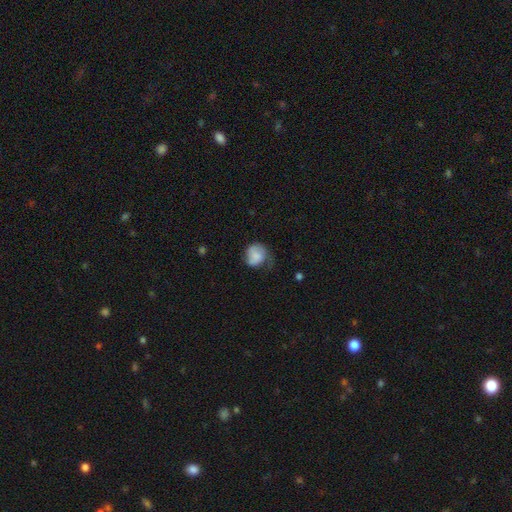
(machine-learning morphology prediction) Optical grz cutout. It shows a smooth galaxy with no disk features (58%) that is round (72%). Merging: none (42%).